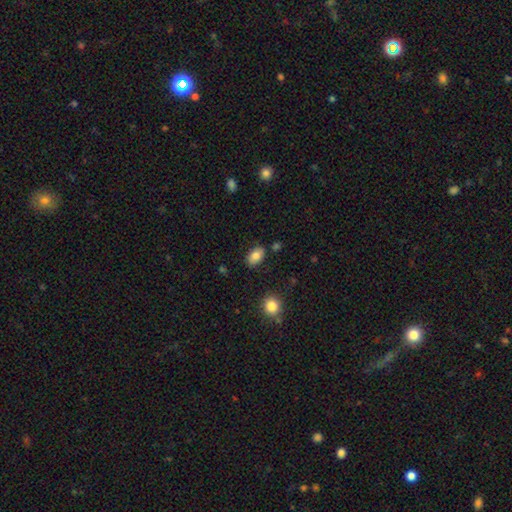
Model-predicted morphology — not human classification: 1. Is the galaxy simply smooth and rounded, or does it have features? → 82% smooth, 10% featured or disk, 8% star or artifact.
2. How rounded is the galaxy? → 89% in between, 9% round, 2% cigar-shaped.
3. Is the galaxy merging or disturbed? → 84% none, 10% minor disturbance, 3% merger, 2% major disturbance.